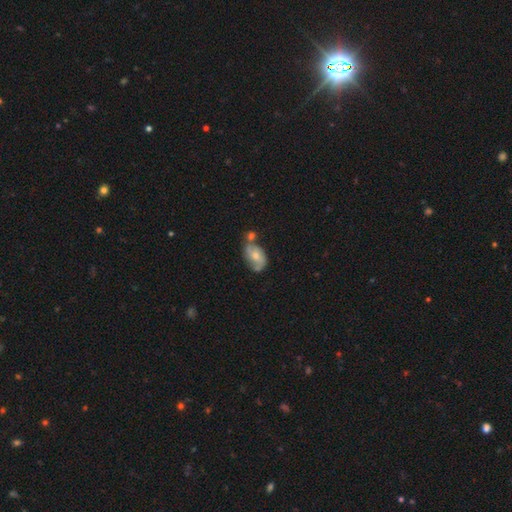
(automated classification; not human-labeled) Overall: smooth (48%; featured or disk 45%). Merging: merger (37%; none 32%).